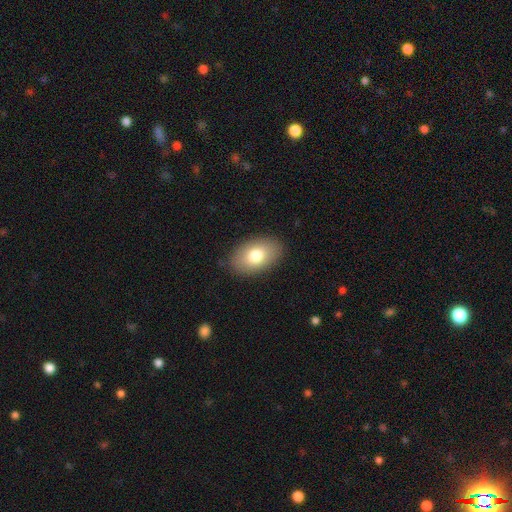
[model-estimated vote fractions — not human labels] This appears to be a smooth galaxy with no disk features (77%) that is in between round and cigar-shaped (89%). Merging: none (87%).